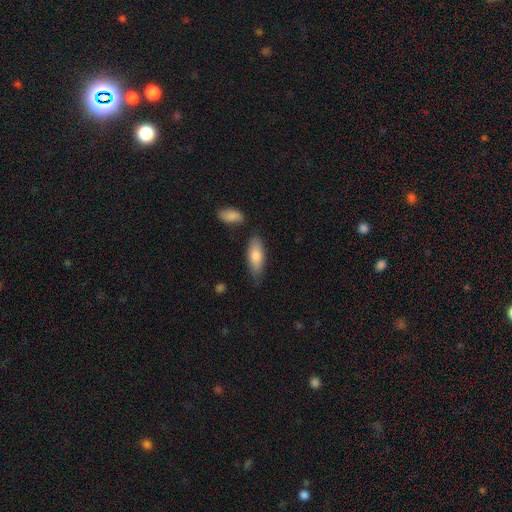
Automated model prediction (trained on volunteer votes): Q: Smooth or featured?
A: smooth (80%); runner-up: featured or disk (14%)
Q: How rounded?
A: in between (75%); runner-up: cigar-shaped (22%)
Q: Merging?
A: none (72%); runner-up: minor disturbance (18%)